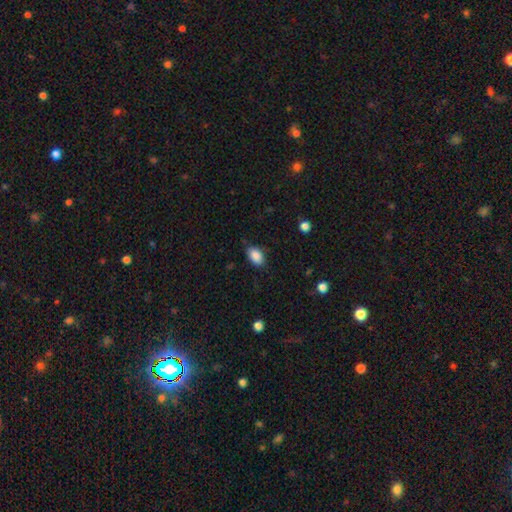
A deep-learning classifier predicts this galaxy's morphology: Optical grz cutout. It shows a smooth galaxy with no disk features (88%) that is in between round and cigar-shaped (89%). Merging: none (80%).